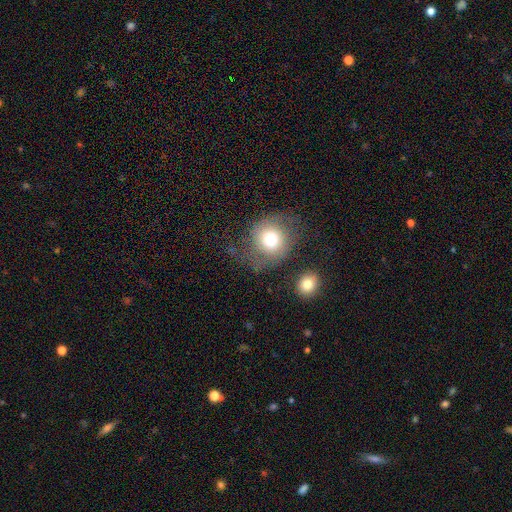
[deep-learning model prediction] A featured or disk galaxy (53%) with no bar (71%), spiral arms (81%) and a moderate central bulge (57%). Merging: none (67%).